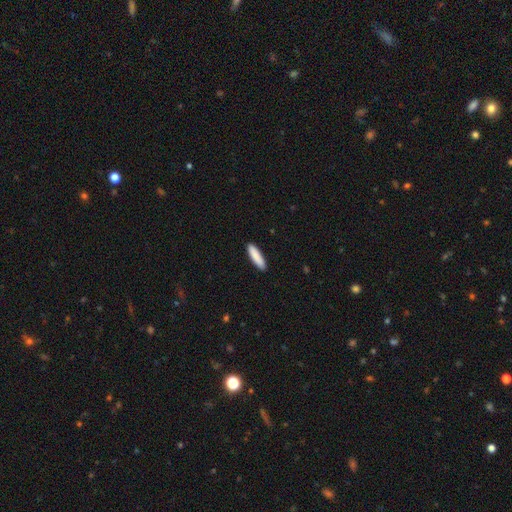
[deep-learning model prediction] smooth_or_featured: smooth (p=0.89) [alt: featured or disk p=0.06]
how_rounded: cigar-shaped (p=0.72) [alt: in between p=0.27]
merging: none (p=0.90) [alt: minor disturbance p=0.07]